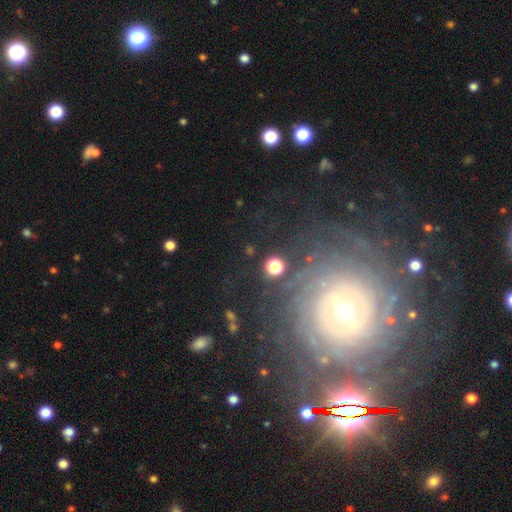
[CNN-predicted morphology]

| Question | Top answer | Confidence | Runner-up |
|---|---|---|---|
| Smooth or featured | featured or disk | 70% | star or artifact (18%) |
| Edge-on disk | no | 95% | yes (5%) |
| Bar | no | 45% | weak (34%) |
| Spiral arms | yes | 86% | no (14%) |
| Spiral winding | tight | 82% | medium (14%) |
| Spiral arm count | can't tell | 45% | more than 4 (15%) |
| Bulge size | small | 49% | moderate (43%) |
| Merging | none | 76% | minor disturbance (12%) |